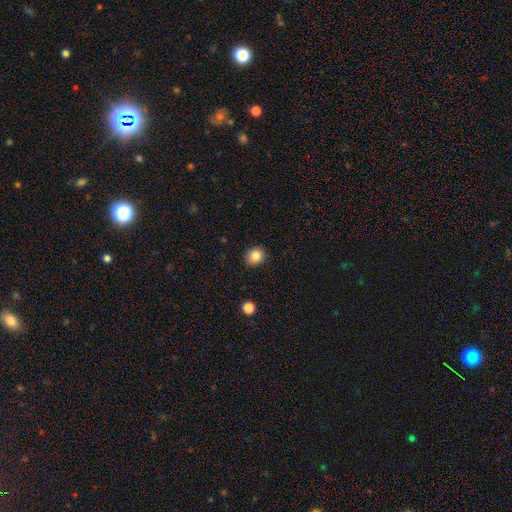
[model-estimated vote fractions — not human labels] This appears to be a smooth galaxy with no disk features (85%) that is round (83%). Merging: none (88%).